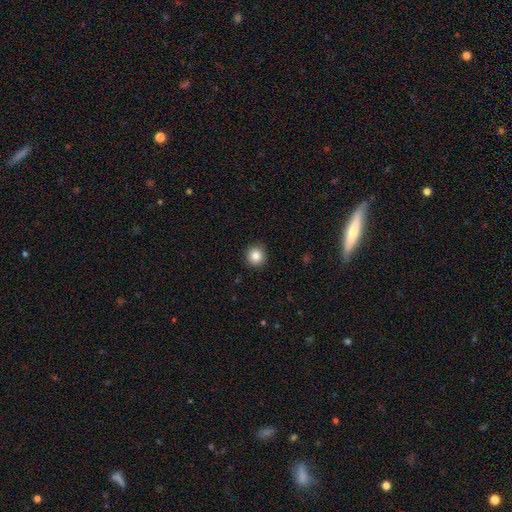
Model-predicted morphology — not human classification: type=smooth (84%); roundness=round (94%); merging=none (92%).